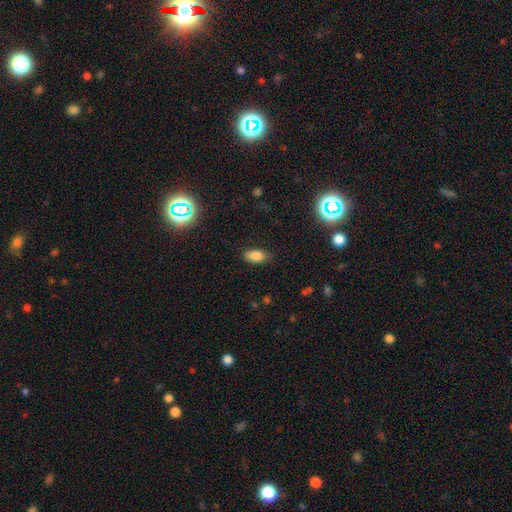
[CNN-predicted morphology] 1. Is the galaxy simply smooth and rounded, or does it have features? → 82% smooth, 12% star or artifact, 6% featured or disk.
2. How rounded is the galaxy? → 90% in between, 5% cigar-shaped, 5% round.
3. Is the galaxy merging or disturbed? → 80% none, 15% minor disturbance, 3% major disturbance, 1% merger.